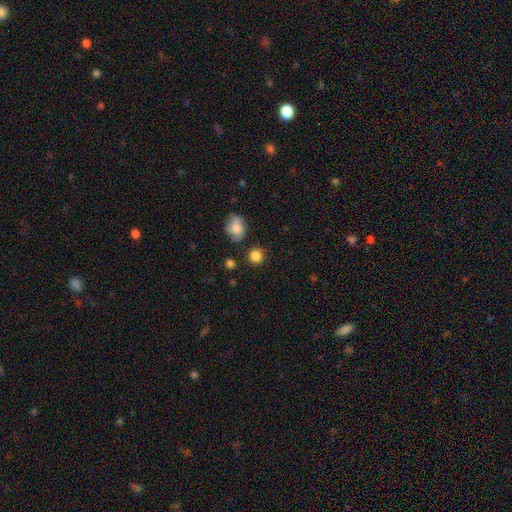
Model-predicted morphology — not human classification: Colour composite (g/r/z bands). It shows a smooth galaxy with no disk features (85%) that is round (89%). Merging: none (83%).